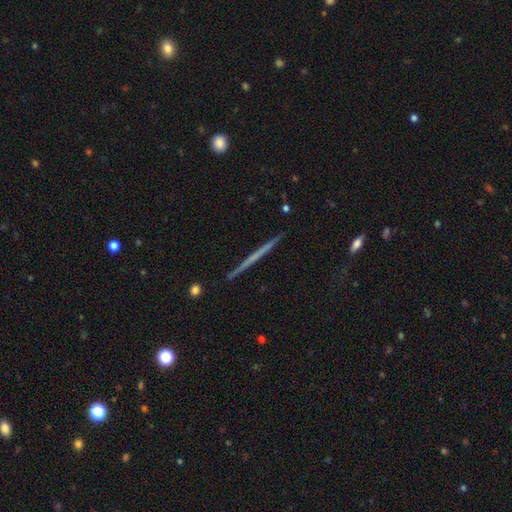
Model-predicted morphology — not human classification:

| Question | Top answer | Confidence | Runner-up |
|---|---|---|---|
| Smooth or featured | featured or disk | 64% | smooth (30%) |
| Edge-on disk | yes | 98% | no (2%) |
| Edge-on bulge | none | 84% | rounded (11%) |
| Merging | none | 92% | minor disturbance (6%) |